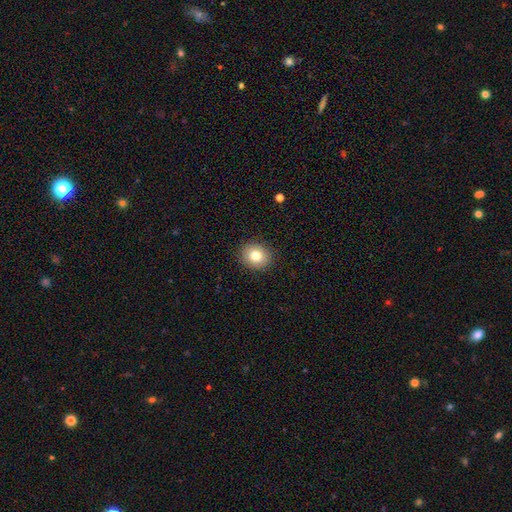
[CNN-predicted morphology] A smooth galaxy with no disk features (80%) that is round (70%).

Vote fractions:
- Smooth or featured? smooth: 80% / star or artifact: 10% / featured or disk: 10%
- How rounded? round: 70% / in between: 29% / cigar-shaped: 1%
- Merging? none: 90% / minor disturbance: 7% / major disturbance: 2% / merger: 1%